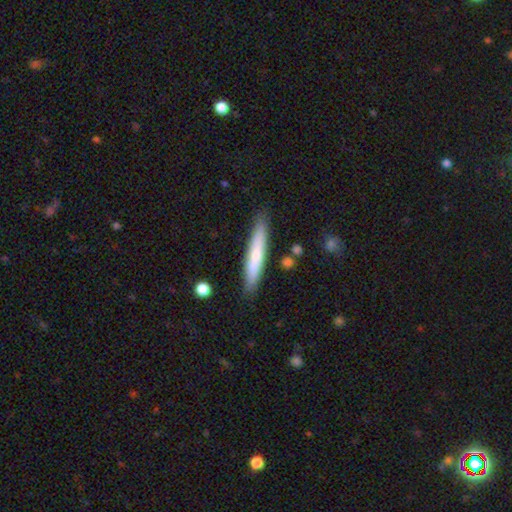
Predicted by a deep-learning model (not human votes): A smooth galaxy with no disk features (65%) that is cigar-shaped (93%). Merging: none (88%).